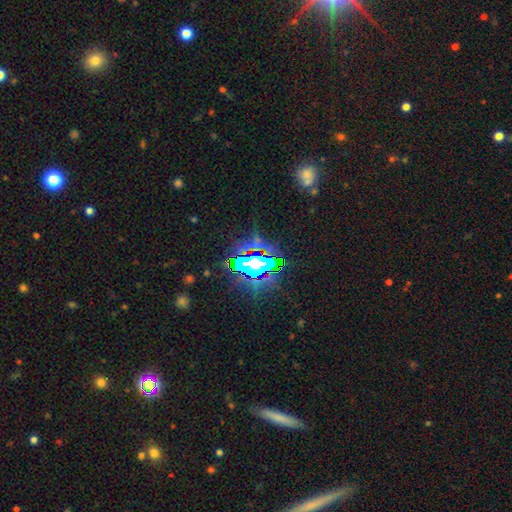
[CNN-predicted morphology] Overall: star or artifact (81%).